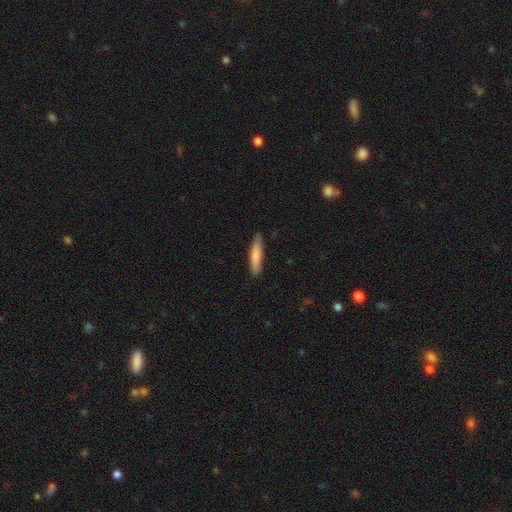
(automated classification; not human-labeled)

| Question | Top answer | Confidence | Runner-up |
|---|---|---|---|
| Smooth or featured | smooth | 77% | featured or disk (17%) |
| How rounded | cigar-shaped | 86% | in between (13%) |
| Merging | none | 83% | minor disturbance (13%) |